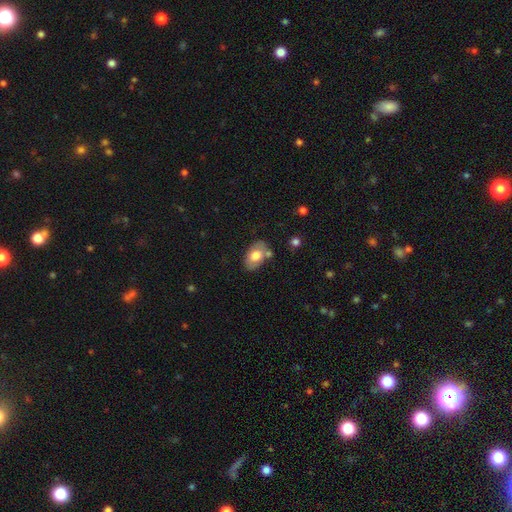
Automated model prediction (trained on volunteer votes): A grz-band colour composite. It shows a smooth galaxy with no disk features (68%) that is in between round and cigar-shaped (89%). Merging: none (68%).